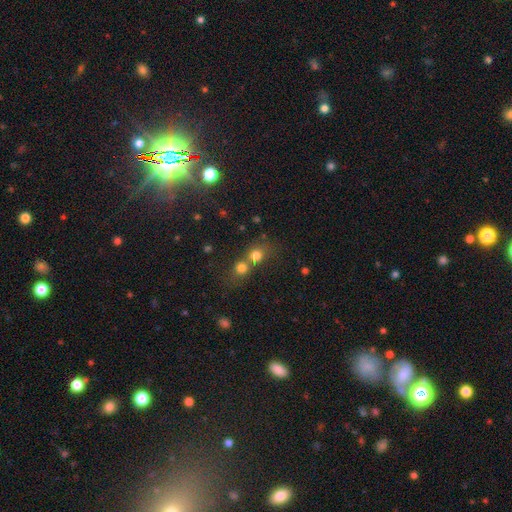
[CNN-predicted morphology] A smooth galaxy with no disk features (75%) that is round (80%).

Vote fractions:
- Smooth or featured? smooth: 75% / star or artifact: 15% / featured or disk: 10%
- How rounded? round: 80% / in between: 19% / cigar-shaped: 1%
- Merging? merger: 56% / none: 34% / minor disturbance: 6% / major disturbance: 4%